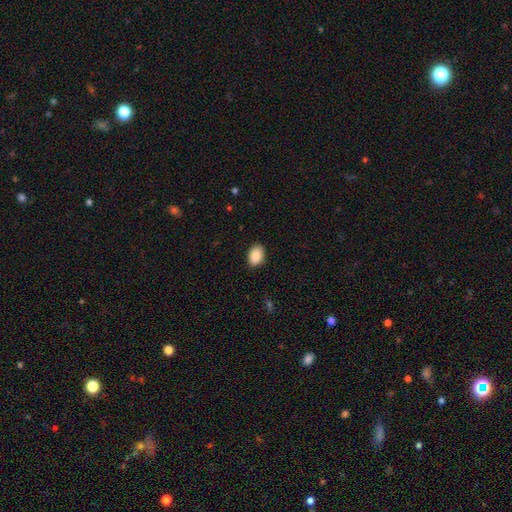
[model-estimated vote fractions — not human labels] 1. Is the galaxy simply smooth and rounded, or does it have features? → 90% smooth, 7% star or artifact, 3% featured or disk.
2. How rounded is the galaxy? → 83% in between, 16% round, 1% cigar-shaped.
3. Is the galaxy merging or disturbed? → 88% none, 9% minor disturbance, 2% major disturbance, 1% merger.